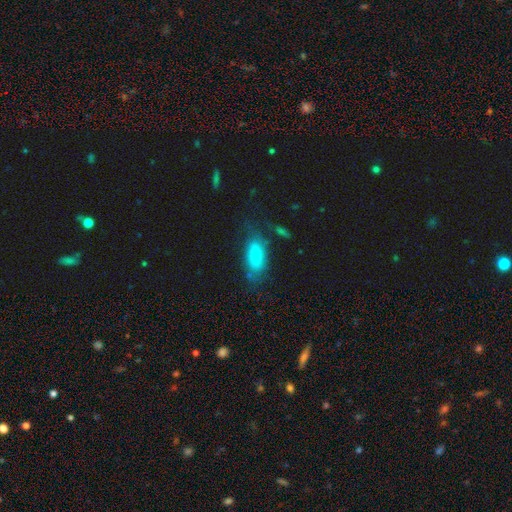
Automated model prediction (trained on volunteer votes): smooth_or_featured: smooth (p=0.77) [alt: featured or disk p=0.16]
how_rounded: in between (p=0.85) [alt: cigar-shaped p=0.13]
merging: none (p=0.59) [alt: minor disturbance p=0.24]